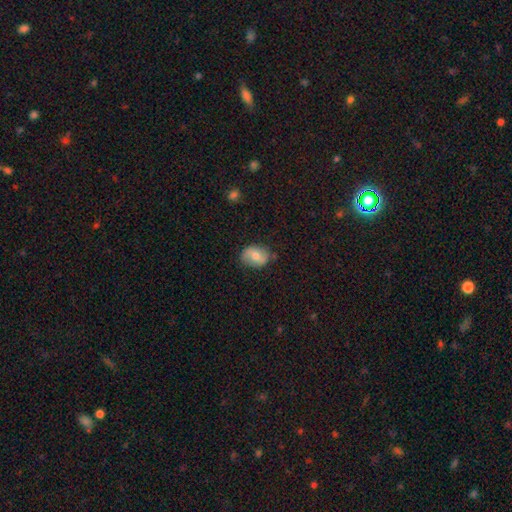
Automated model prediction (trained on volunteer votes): Morphology: type=smooth (59%); roundness=in between (69%); merging=none (75%).